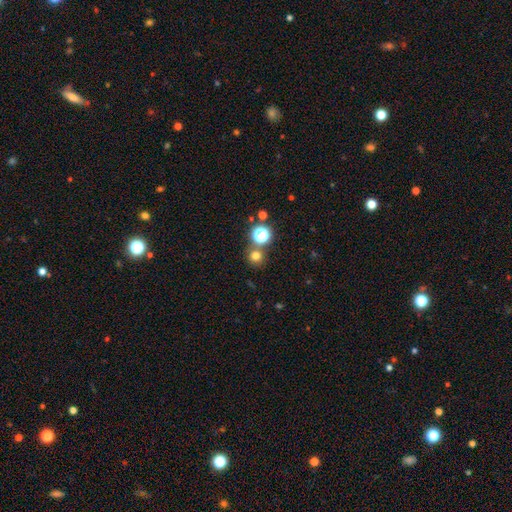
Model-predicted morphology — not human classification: smooth 72%, star or artifact 22%, featured or disk 6%. Down the decision tree: how rounded — round (92%); merging — none (77%).